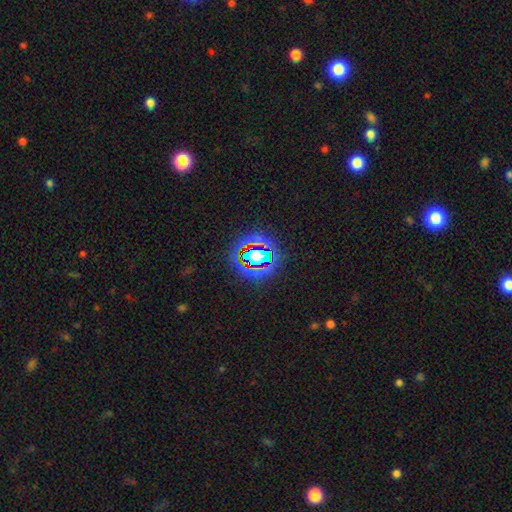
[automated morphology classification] Overall: star or artifact (59%; smooth 26%).